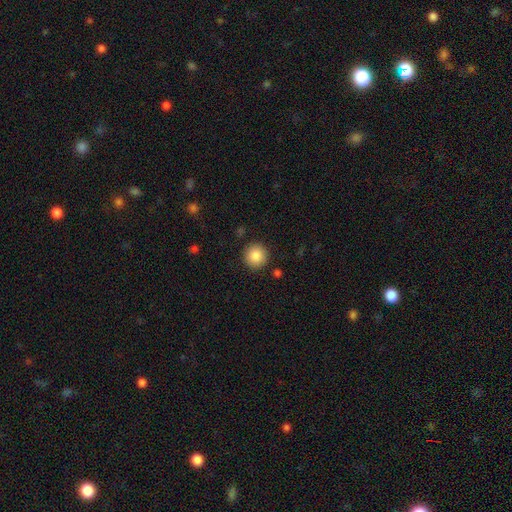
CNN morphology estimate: smooth 87%, star or artifact 9%, featured or disk 5%. Down the decision tree: how rounded — round (95%); merging — none (91%).